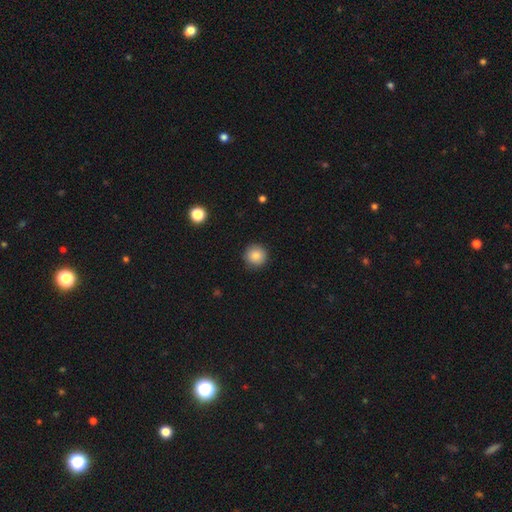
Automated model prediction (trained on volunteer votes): The model was most divided on "smooth or featured": smooth: 86%, star or artifact: 9%, featured or disk: 5%. More confident: how rounded — round (95%); merging — none (90%).